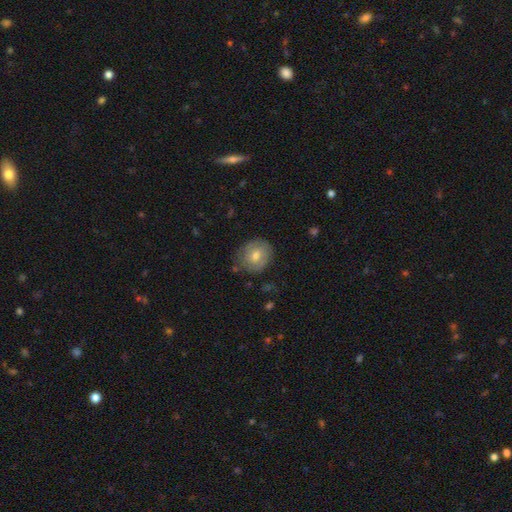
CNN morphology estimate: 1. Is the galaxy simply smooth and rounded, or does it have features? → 52% smooth, 39% featured or disk, 9% star or artifact.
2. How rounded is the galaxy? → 77% round, 22% in between, 1% cigar-shaped.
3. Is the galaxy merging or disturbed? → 76% none, 18% minor disturbance, 4% major disturbance, 2% merger.